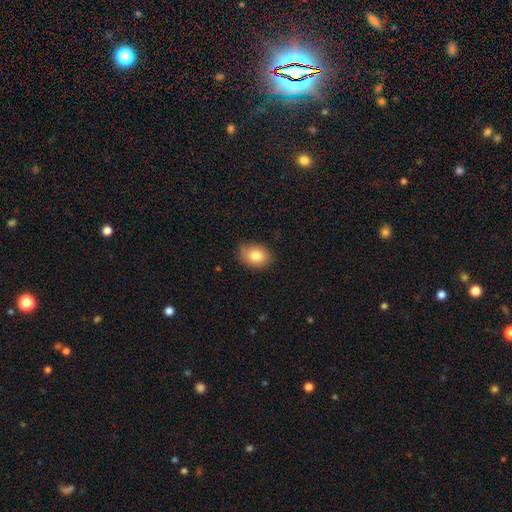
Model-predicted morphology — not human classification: Smooth or featured?
  - smooth: 82% *
  - featured or disk: 9%
  - star or artifact: 9%
How rounded?
  - in between: 73% *
  - round: 26%
  - cigar-shaped: 1%
Merging?
  - none: 81% *
  - minor disturbance: 16%
  - major disturbance: 3%
  - merger: 1%